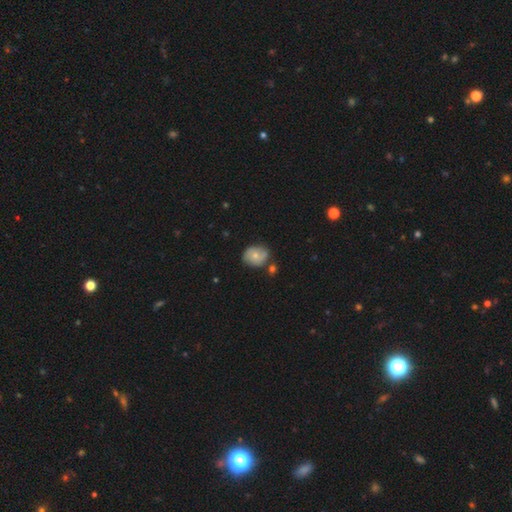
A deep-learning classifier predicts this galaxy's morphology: Overall: smooth (56%; featured or disk 36%). How rounded: round (56%; in between 43%). Merging: none (63%; minor disturbance 24%).